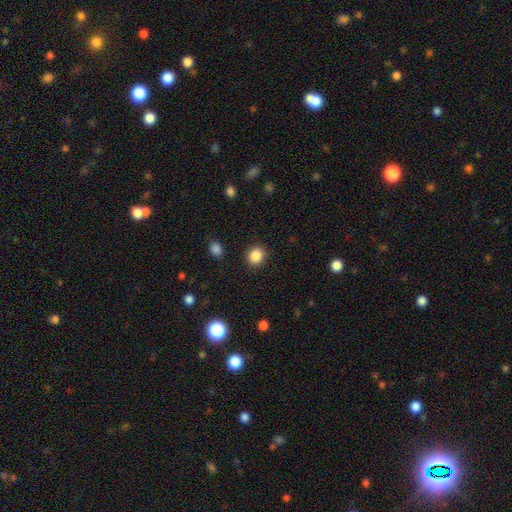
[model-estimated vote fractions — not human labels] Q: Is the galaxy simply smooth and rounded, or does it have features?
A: smooth — 87%.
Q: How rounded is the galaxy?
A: round — 75%.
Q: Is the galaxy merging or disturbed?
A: none — 89%.